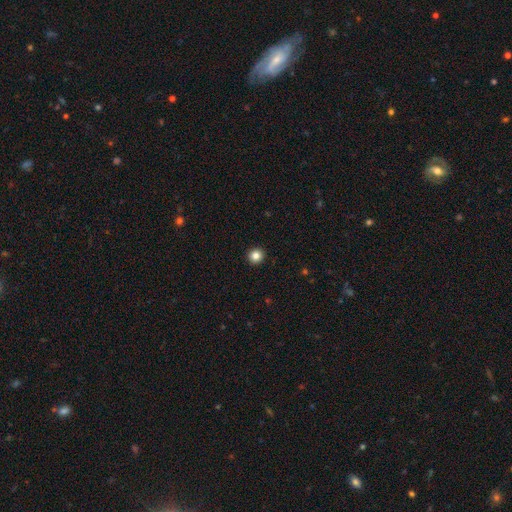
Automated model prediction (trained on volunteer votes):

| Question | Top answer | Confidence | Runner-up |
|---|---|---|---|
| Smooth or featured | smooth | 84% | star or artifact (11%) |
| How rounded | round | 94% | in between (5%) |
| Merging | none | 94% | minor disturbance (4%) |